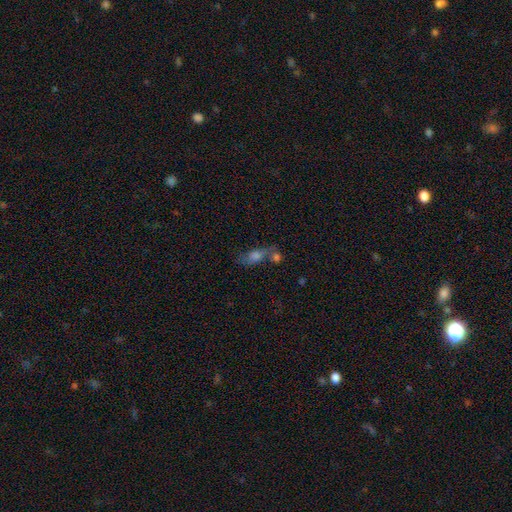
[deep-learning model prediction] Overall: smooth (50%; featured or disk 31%). How rounded: in between (63%). Merging: merger (38%, tied with none).